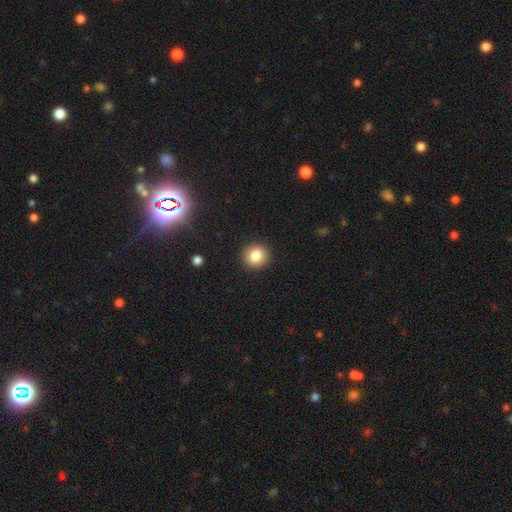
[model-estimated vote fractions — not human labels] A smooth galaxy with no disk features (83%) that is round (90%). Merging: none (91%).